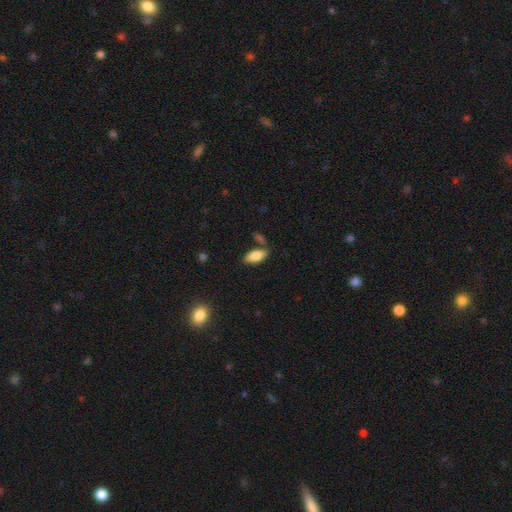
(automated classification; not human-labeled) The model was most divided on "merging": none: 71%, minor disturbance: 15%, merger: 10%, major disturbance: 4%. More confident: how rounded — in between (86%); smooth or featured — smooth (82%).